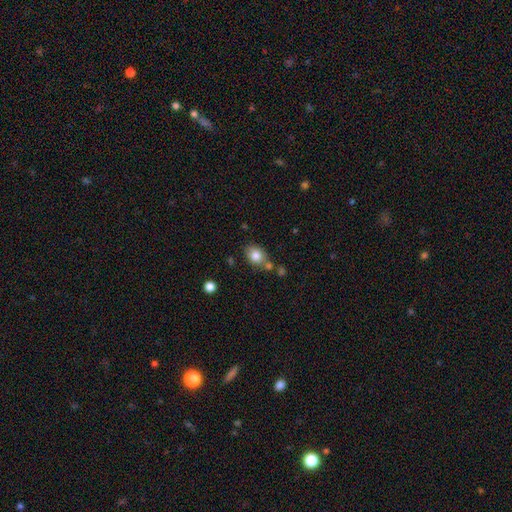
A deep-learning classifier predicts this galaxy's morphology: type=smooth (81%); roundness=in between (59%); merging=none (64%).